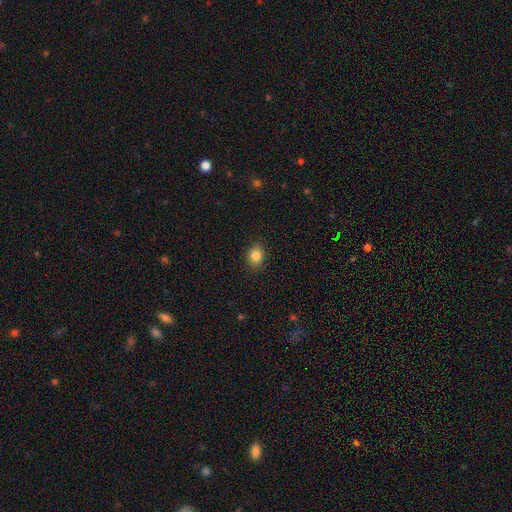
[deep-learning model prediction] Morphology: type=smooth (85%); roundness=in between (53%); merging=none (89%).